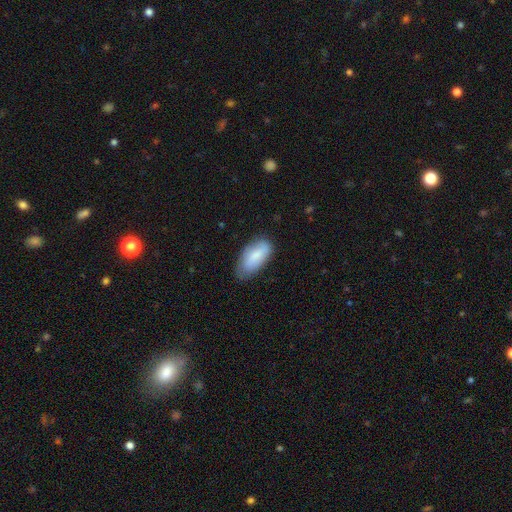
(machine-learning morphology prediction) Smooth or featured: smooth — 79% (featured or disk — 15%)
How rounded: in between — 90% (cigar-shaped — 8%)
Merging: none — 63% (minor disturbance — 29%)